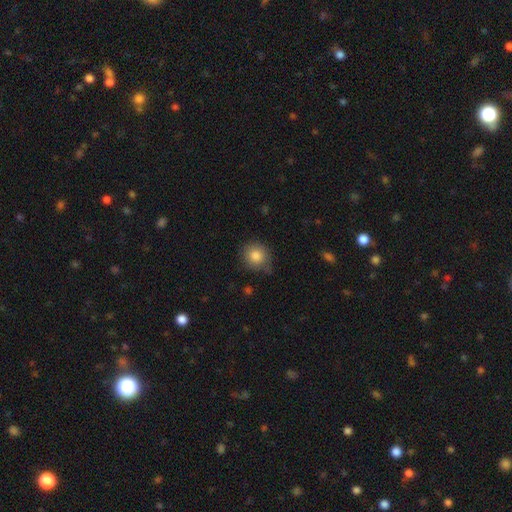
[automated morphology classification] type=smooth (84%); roundness=round (85%); merging=none (73%).